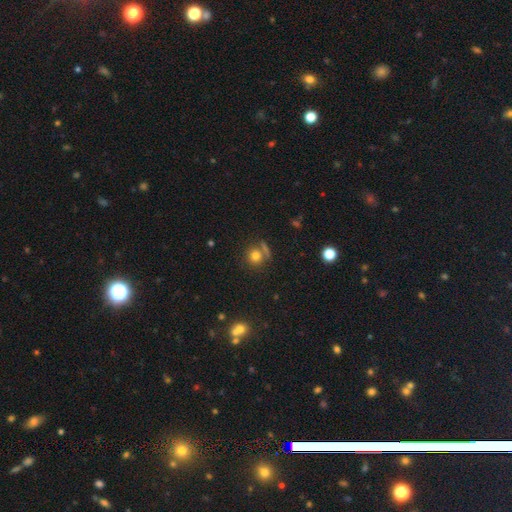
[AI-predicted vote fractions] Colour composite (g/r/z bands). It shows a smooth galaxy with no disk features (77%) that is round (87%). Merging: none (66%).